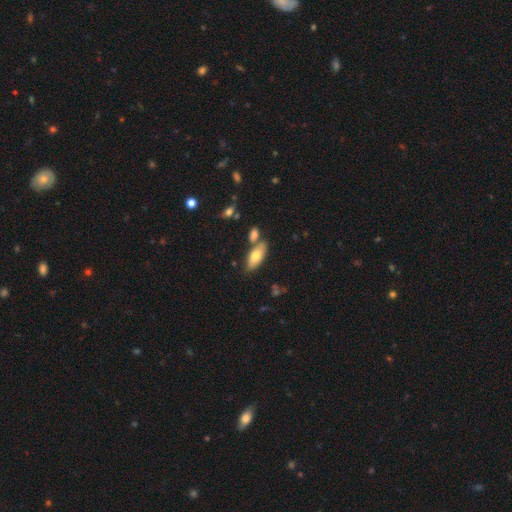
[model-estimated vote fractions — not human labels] This appears to be a smooth galaxy with no disk features (72%) that is in between round and cigar-shaped (83%). Merging: none (63%).